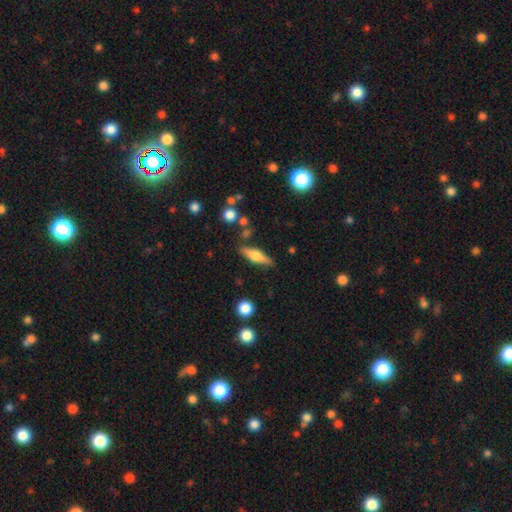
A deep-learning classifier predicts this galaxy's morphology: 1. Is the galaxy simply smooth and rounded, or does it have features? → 49% featured or disk, 44% smooth, 7% star or artifact.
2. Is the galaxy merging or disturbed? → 82% none, 11% minor disturbance, 4% merger, 3% major disturbance.